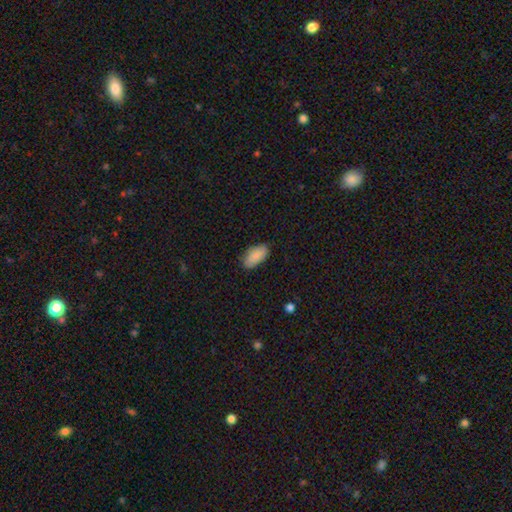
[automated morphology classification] This appears to be a smooth galaxy with no disk features (89%) that is in between round and cigar-shaped (92%). Merging: none (82%).